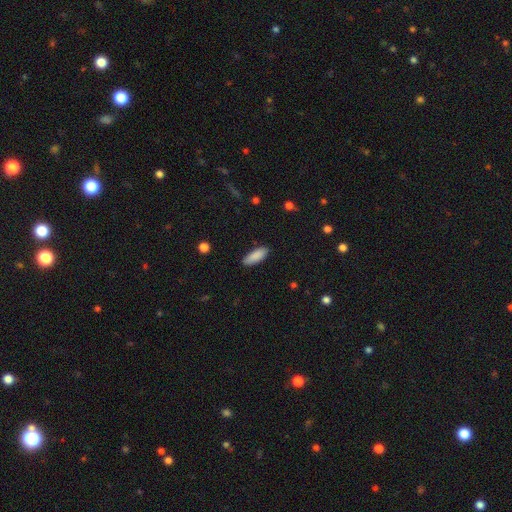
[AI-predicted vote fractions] Smooth or featured? smooth (89%)
How rounded? in between (64%)
Merging? none (88%)